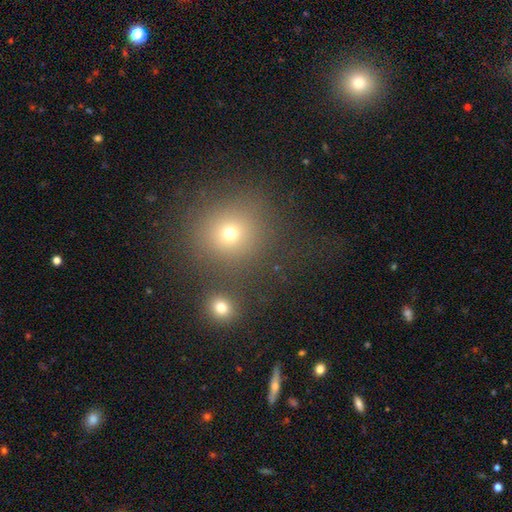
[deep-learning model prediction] Overall: smooth (55%; star or artifact 34%). How rounded: round (90%). Merging: none (79%).